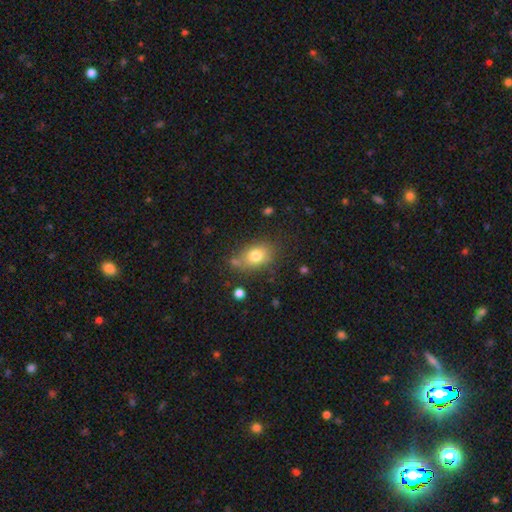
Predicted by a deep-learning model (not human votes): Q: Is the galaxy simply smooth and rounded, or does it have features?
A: smooth — 77%.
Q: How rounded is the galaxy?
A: in between — 74%.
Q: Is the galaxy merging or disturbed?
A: none — 70%.